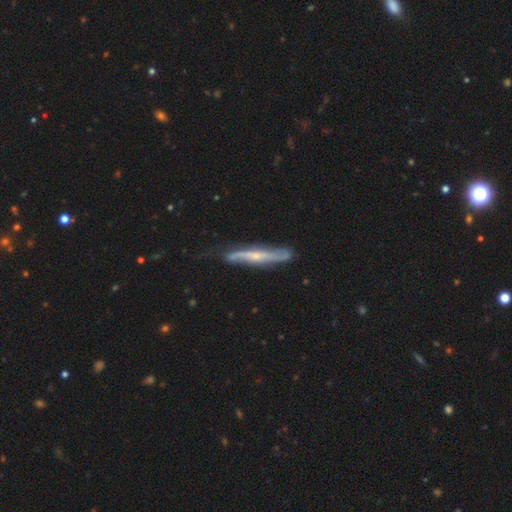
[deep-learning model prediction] This appears to be a featured or disk galaxy (73%) viewed edge-on (73%) with a rounded central bulge (63%). Merging: none (69%).